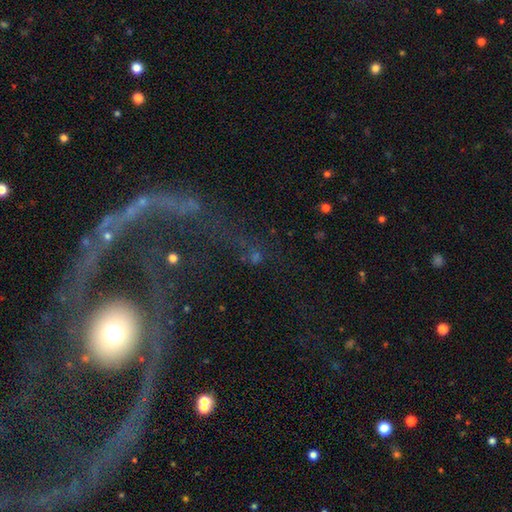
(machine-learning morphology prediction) A star or artifact, not a galaxy (55%).

Vote fractions:
- Smooth or featured? star or artifact: 55% / smooth: 28% / featured or disk: 17%